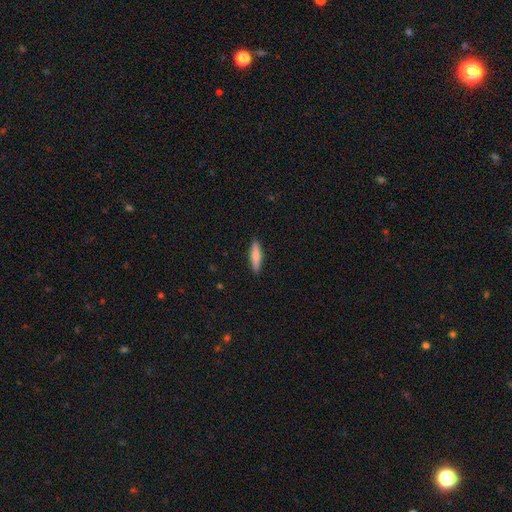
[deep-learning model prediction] Smooth or featured? Predicted: smooth (p=0.71). How rounded? Predicted: cigar-shaped (p=0.79). Merging? Predicted: none (p=0.90).